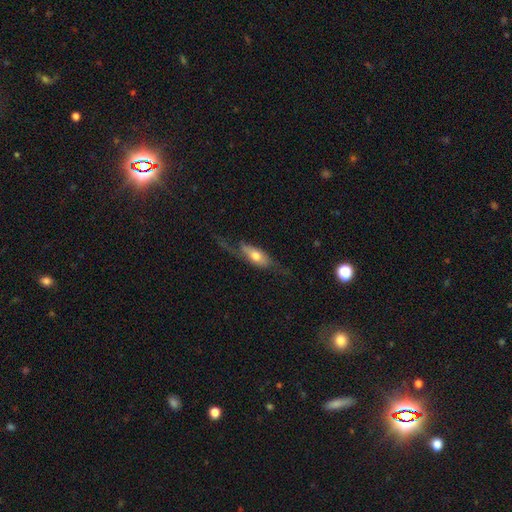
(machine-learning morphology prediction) Smooth or featured?
  - featured or disk: 50% *
  - smooth: 43%
  - star or artifact: 6%
Edge-on disk?
  - no: 55% *
  - yes: 45%
Merging?
  - none: 43% *
  - major disturbance: 30%
  - minor disturbance: 25%
  - merger: 3%